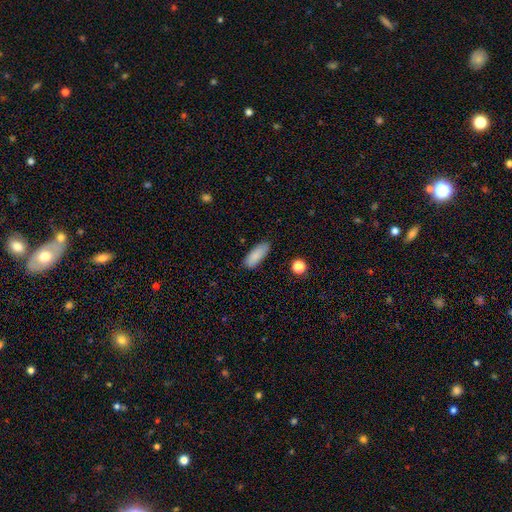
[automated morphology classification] smooth 87%, star or artifact 7%, featured or disk 6%. Down the decision tree: how rounded — in between (73%); merging — none (81%).